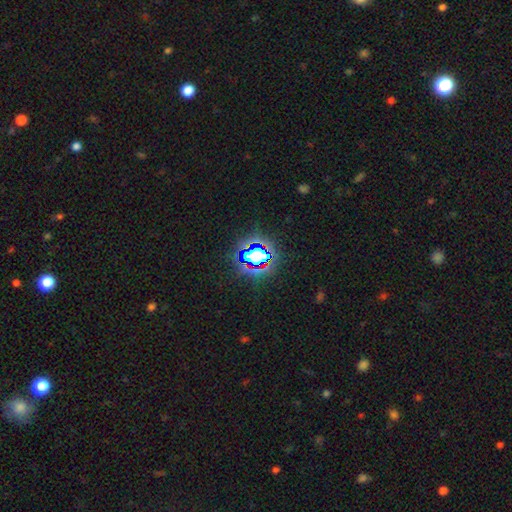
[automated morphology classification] Smooth or featured? star or artifact (65%)